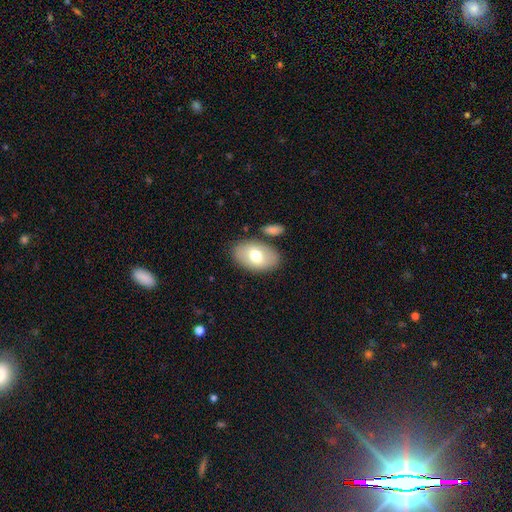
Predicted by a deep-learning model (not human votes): Smooth or featured?
  - smooth: 68% *
  - featured or disk: 26%
  - star or artifact: 6%
How rounded?
  - in between: 91% *
  - round: 8%
  - cigar-shaped: 1%
Merging?
  - none: 78% *
  - minor disturbance: 12%
  - merger: 7%
  - major disturbance: 3%